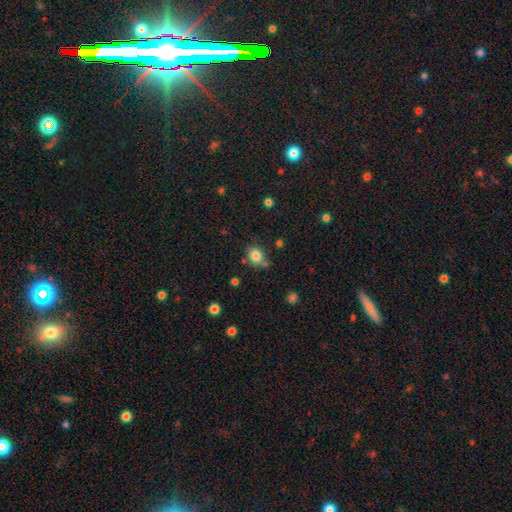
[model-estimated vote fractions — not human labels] Smooth or featured? smooth (82%)
How rounded? round (67%)
Merging? none (71%)